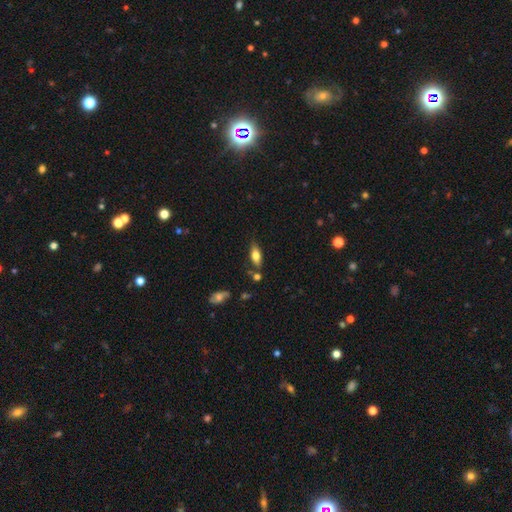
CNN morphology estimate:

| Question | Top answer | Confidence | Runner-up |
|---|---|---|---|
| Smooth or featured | smooth | 66% | featured or disk (27%) |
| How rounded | in between | 75% | cigar-shaped (22%) |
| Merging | none | 71% | minor disturbance (17%) |